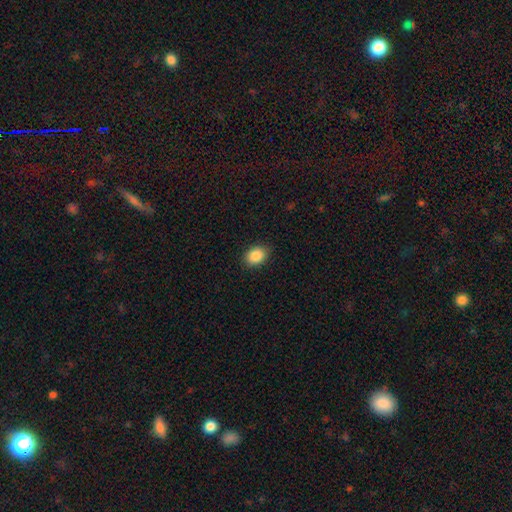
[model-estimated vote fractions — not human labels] Q: Smooth or featured?
A: smooth (88%); runner-up: star or artifact (8%)
Q: How rounded?
A: in between (70%); runner-up: round (29%)
Q: Merging?
A: none (88%); runner-up: minor disturbance (9%)